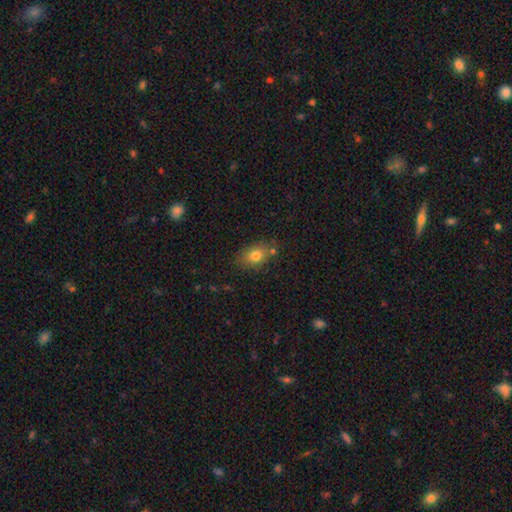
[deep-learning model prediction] smooth_or_featured: smooth (p=0.78) [alt: featured or disk p=0.11]
how_rounded: in between (p=0.74) [alt: round p=0.24]
merging: none (p=0.73) [alt: minor disturbance p=0.16]